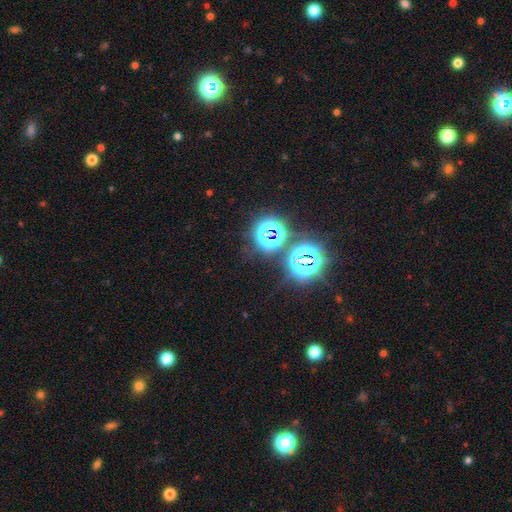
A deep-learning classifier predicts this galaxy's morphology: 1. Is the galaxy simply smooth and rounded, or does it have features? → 78% star or artifact, 16% smooth, 6% featured or disk.